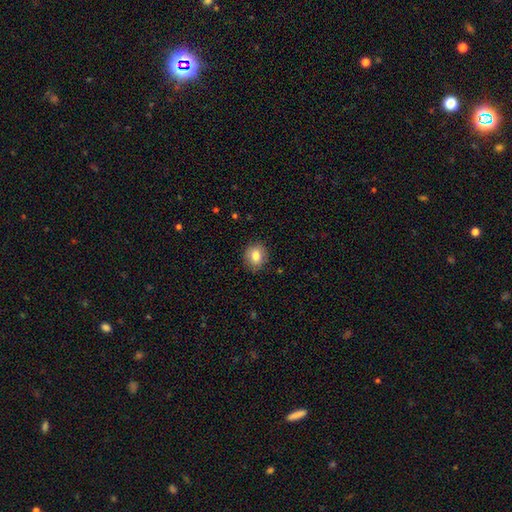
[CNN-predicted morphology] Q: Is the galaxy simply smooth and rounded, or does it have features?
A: smooth — 79%.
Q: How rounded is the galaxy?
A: round — 67%.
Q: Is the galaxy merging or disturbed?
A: none — 85%.